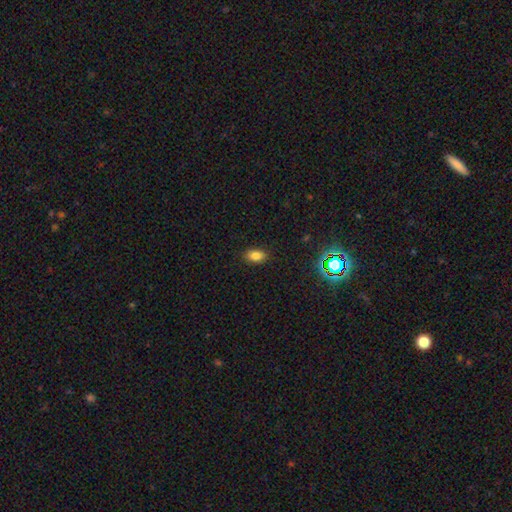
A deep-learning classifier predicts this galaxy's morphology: This is clearly a smooth galaxy (81%). How rounded: clearly in between (87%). Merging: clearly none (88%).